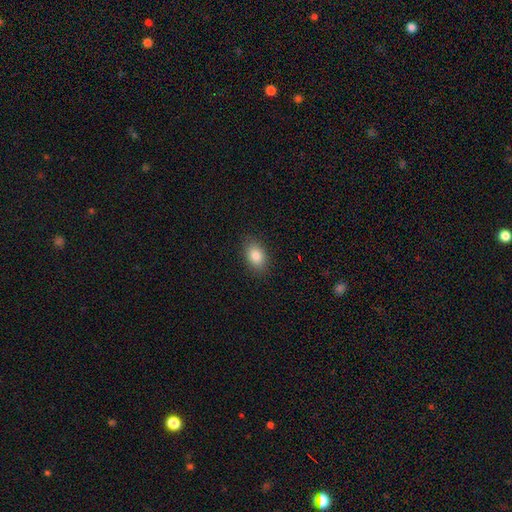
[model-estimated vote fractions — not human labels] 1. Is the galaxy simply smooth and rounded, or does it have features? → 84% smooth, 9% star or artifact, 7% featured or disk.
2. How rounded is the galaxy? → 83% in between, 15% round, 2% cigar-shaped.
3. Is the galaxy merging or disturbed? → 87% none, 9% minor disturbance, 2% major disturbance, 1% merger.